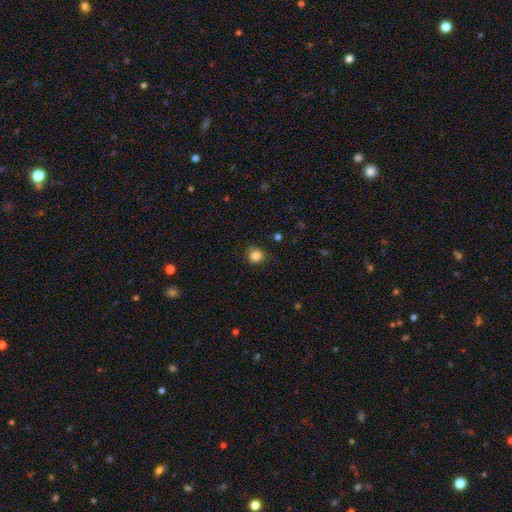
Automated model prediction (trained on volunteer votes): A smooth galaxy with no disk features (83%) that is round (87%).

Vote fractions:
- Smooth or featured? smooth: 83% / star or artifact: 11% / featured or disk: 5%
- How rounded? round: 87% / in between: 12% / cigar-shaped: 1%
- Merging? none: 80% / minor disturbance: 15% / major disturbance: 3% / merger: 1%